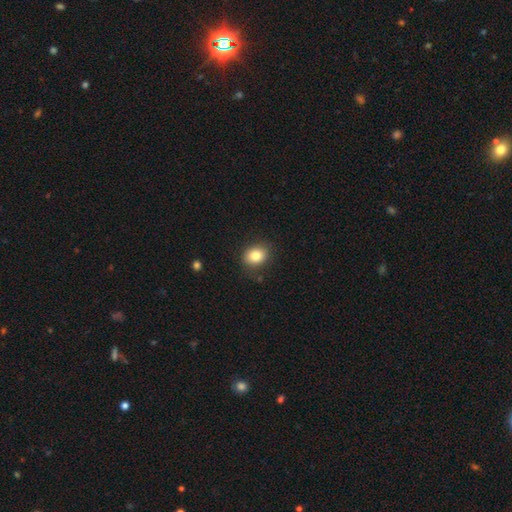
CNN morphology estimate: Q: Smooth or featured?
A: smooth (82%); runner-up: star or artifact (10%)
Q: How rounded?
A: in between (50%); runner-up: round (49%)
Q: Merging?
A: none (83%); runner-up: minor disturbance (13%)